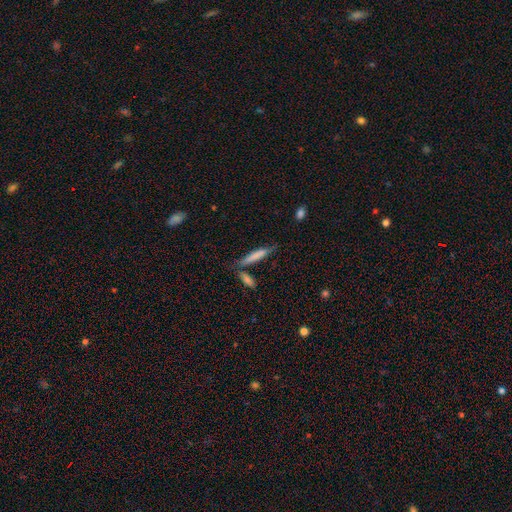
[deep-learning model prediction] smooth_or_featured: smooth (p=0.75) [alt: featured or disk p=0.19]
how_rounded: cigar-shaped (p=0.88) [alt: in between p=0.11]
merging: none (p=0.67) [alt: minor disturbance p=0.16]